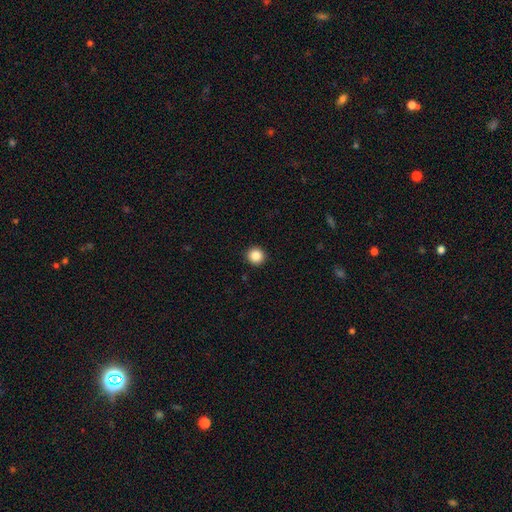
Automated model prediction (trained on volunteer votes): Smooth or featured?
  - smooth: 86% *
  - star or artifact: 10%
  - featured or disk: 4%
How rounded?
  - round: 95% *
  - in between: 4%
  - cigar-shaped: 1%
Merging?
  - none: 93% *
  - minor disturbance: 4%
  - major disturbance: 1%
  - merger: 1%